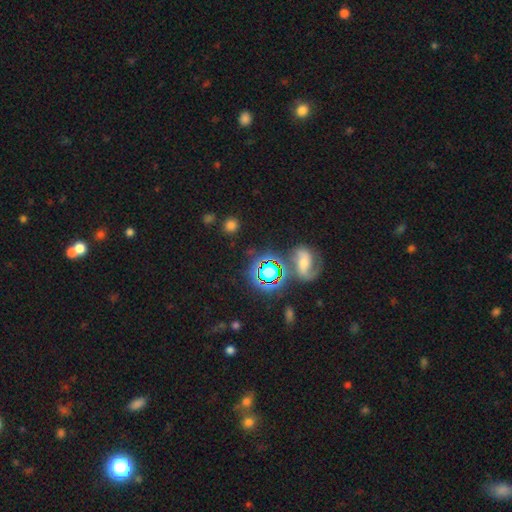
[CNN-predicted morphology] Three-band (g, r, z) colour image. It shows a star or artifact, not a galaxy (55%).